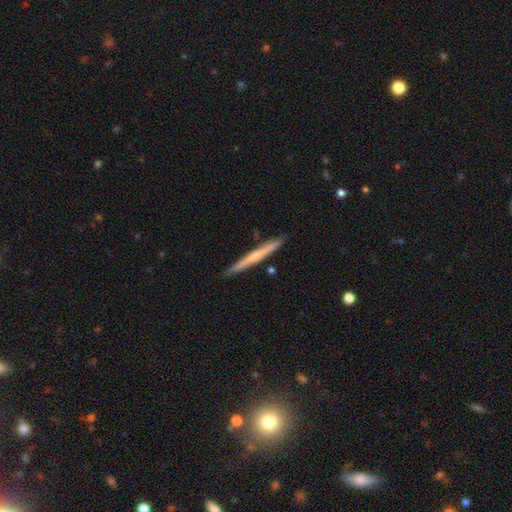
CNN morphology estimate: Q: Smooth or featured?
A: smooth (48%); runner-up: featured or disk (47%)
Q: Merging?
A: none (89%); runner-up: minor disturbance (8%)